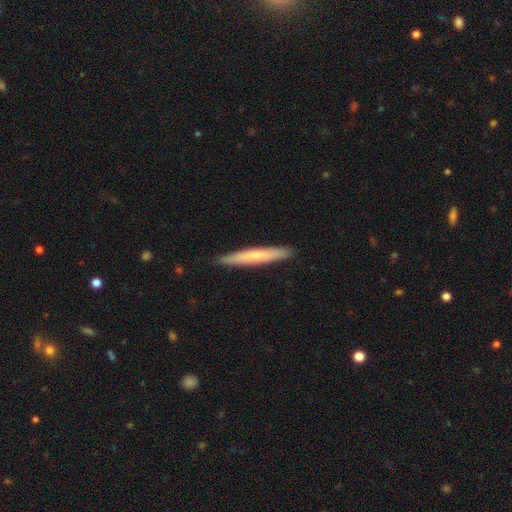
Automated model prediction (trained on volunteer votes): This is possibly a smooth galaxy (60%). How rounded: clearly cigar-shaped (96%). Merging: clearly none (90%).